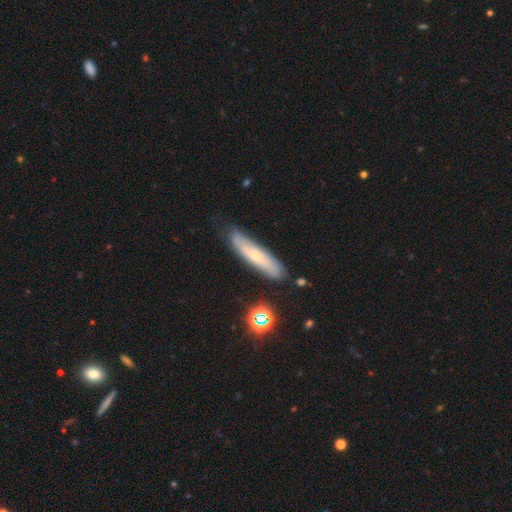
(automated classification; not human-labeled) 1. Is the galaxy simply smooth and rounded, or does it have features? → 48% smooth, 44% featured or disk, 9% star or artifact.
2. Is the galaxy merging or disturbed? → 74% none, 19% minor disturbance, 4% major disturbance, 3% merger.